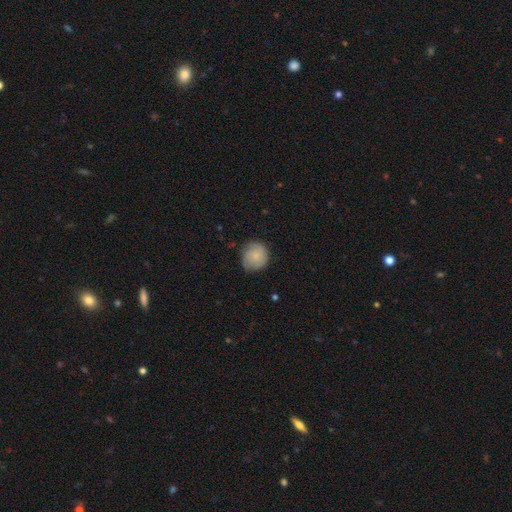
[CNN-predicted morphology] type=smooth (68%); roundness=round (87%); merging=none (71%).